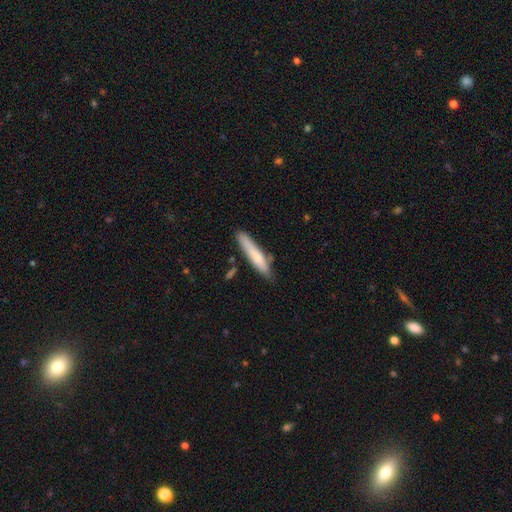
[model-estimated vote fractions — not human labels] smooth 72%, featured or disk 23%, star or artifact 6%. Down the decision tree: how rounded — cigar-shaped (89%); merging — none (74%).